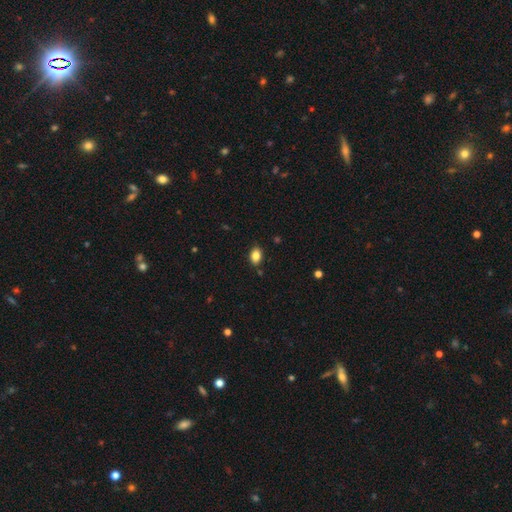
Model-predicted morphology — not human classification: Q: Smooth or featured?
A: smooth (84%); runner-up: star or artifact (9%)
Q: How rounded?
A: in between (82%); runner-up: round (17%)
Q: Merging?
A: none (85%); runner-up: minor disturbance (11%)